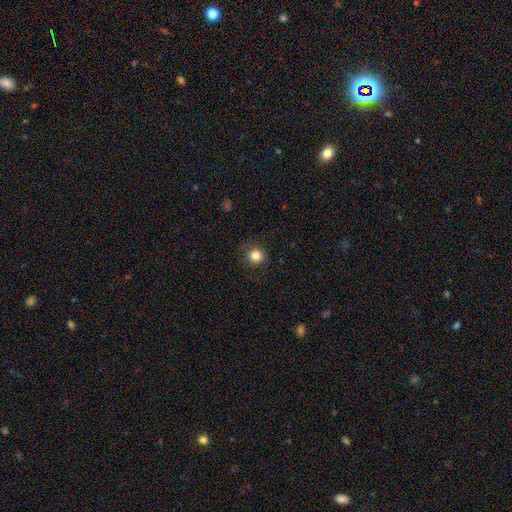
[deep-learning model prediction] Smooth or featured?
  - smooth: 83% *
  - star or artifact: 12%
  - featured or disk: 5%
How rounded?
  - round: 90% *
  - in between: 9%
  - cigar-shaped: 1%
Merging?
  - none: 87% *
  - minor disturbance: 9%
  - major disturbance: 3%
  - merger: 1%